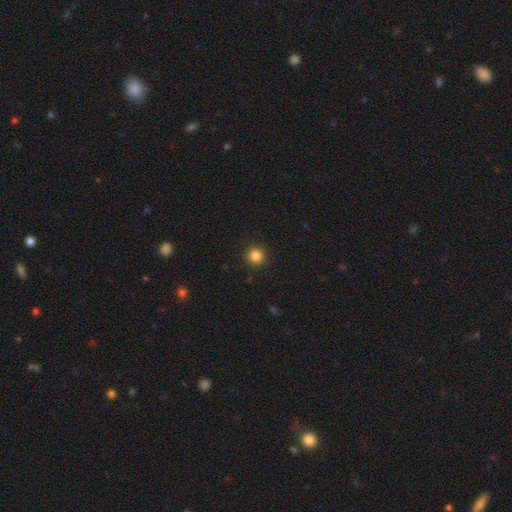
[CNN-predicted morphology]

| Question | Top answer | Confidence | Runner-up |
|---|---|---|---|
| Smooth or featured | smooth | 85% | star or artifact (12%) |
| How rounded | round | 94% | in between (5%) |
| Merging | none | 92% | minor disturbance (5%) |